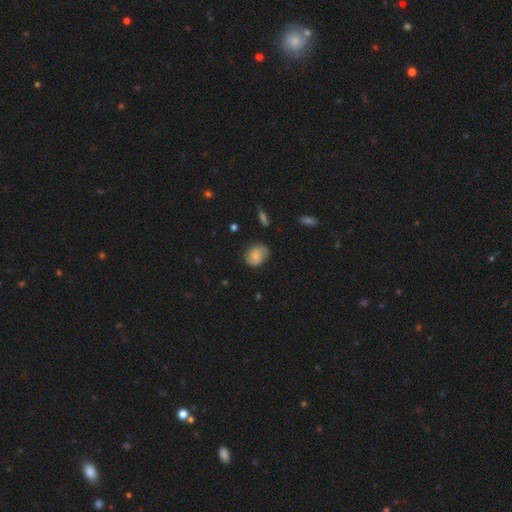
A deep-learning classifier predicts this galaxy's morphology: Smooth or featured? Predicted: smooth (p=0.68). How rounded? Predicted: round (p=0.52). Merging? Predicted: none (p=0.65).